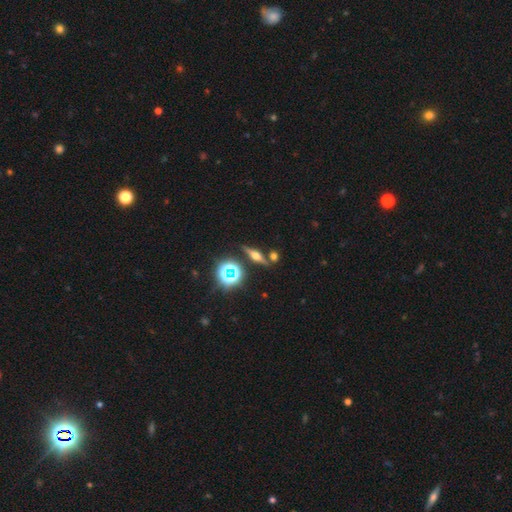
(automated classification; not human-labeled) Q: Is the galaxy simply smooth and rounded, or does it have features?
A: featured or disk — 63%.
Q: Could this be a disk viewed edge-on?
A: yes — 94%.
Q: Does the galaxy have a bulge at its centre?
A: rounded — 94%.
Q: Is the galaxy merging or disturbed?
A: none — 80%.